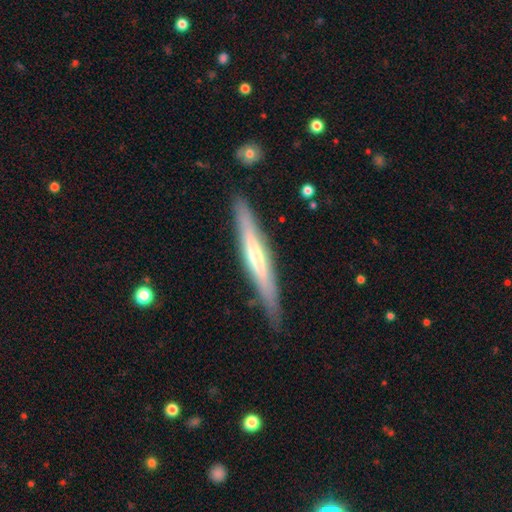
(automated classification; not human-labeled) smooth-or-featured: featured or disk: 59% | smooth: 35% | star or artifact: 6%
  disk-edge-on: yes: 92% | no: 8%
    edge-on-bulge: rounded: 47% | none: 40% | boxy: 13%
  merging: none: 83% | minor disturbance: 13% | major disturbance: 3% | merger: 2%